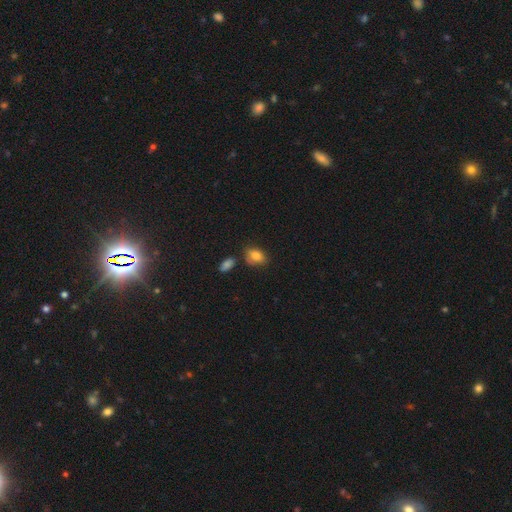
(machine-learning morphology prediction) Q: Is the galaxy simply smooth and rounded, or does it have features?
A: smooth — 83%.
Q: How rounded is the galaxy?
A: in between — 81%.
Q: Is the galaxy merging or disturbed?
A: none — 60%.